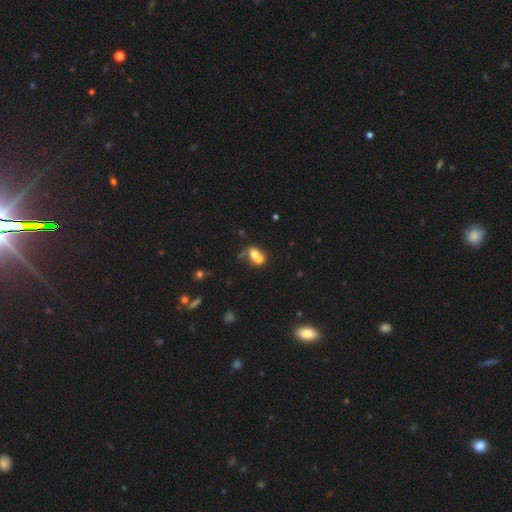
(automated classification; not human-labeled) smooth 63%, featured or disk 26%, star or artifact 11%. Down the decision tree: how rounded — in between (55%); merging — merger (70%).